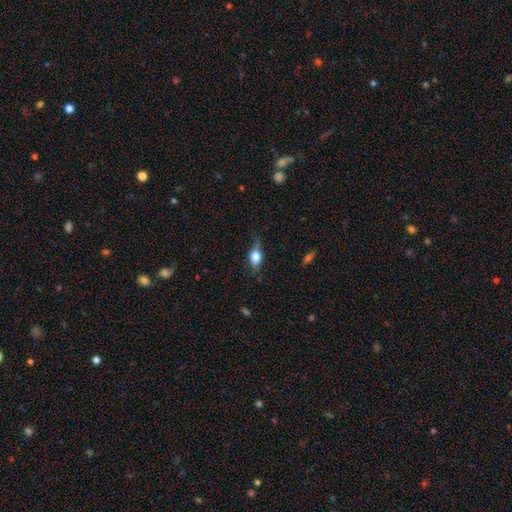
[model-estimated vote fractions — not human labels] Smooth or featured? Predicted: smooth (p=0.63). How rounded? Predicted: in between (p=0.66). Merging? Predicted: none (p=0.61).